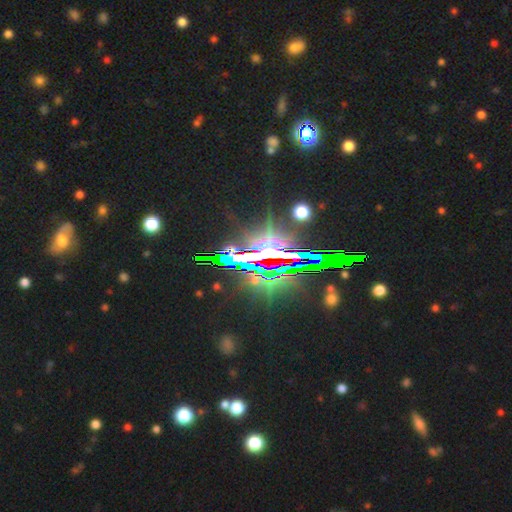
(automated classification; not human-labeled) A star or artifact, not a galaxy (80%).